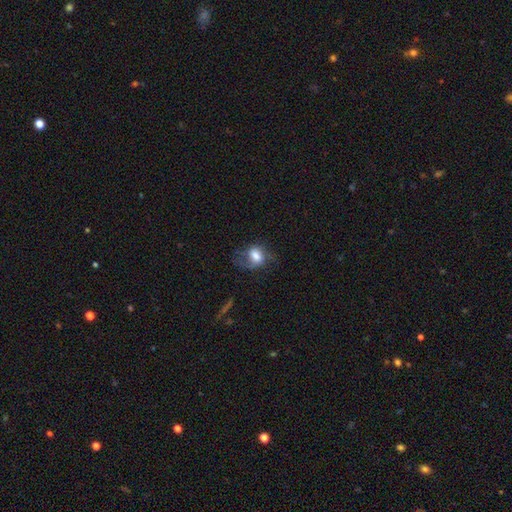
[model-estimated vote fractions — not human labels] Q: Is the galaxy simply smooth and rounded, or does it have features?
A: smooth — 60%.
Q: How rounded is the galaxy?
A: in between — 71%.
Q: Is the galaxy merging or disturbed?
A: none — 40%.